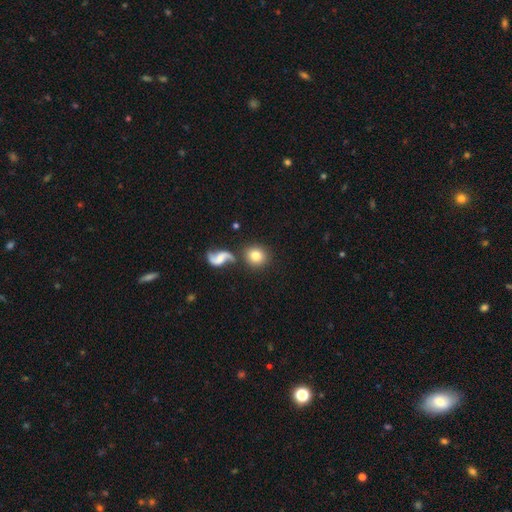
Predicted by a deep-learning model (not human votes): smooth-or-featured: smooth: 74% | featured or disk: 18% | star or artifact: 8%
  how-rounded: round: 88% | in between: 11% | cigar-shaped: 1%
  merging: none: 76% | merger: 11% | minor disturbance: 10% | major disturbance: 4%